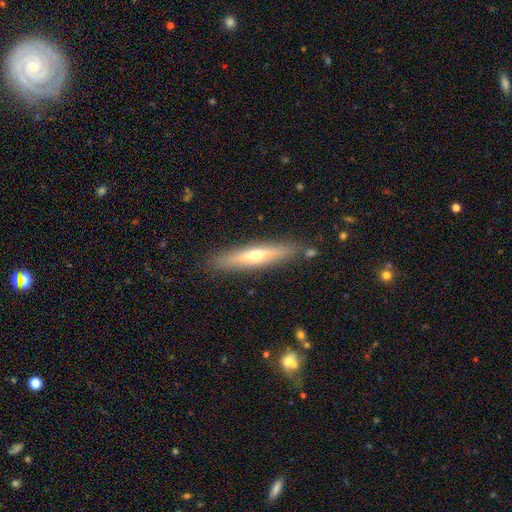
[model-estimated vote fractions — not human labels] smooth_or_featured: featured or disk (p=0.54) [alt: smooth p=0.40]
disk_edge_on: yes (p=0.90) [alt: no p=0.10]
merging: none (p=0.85) [alt: minor disturbance p=0.10]